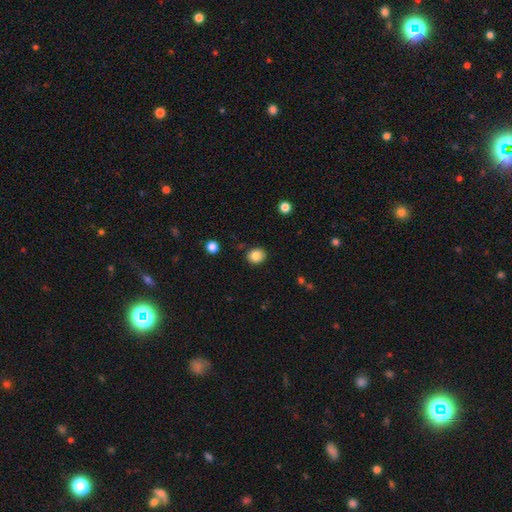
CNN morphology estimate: Smooth or featured?
  - smooth: 85% *
  - star or artifact: 10%
  - featured or disk: 5%
How rounded?
  - round: 72% *
  - in between: 27%
  - cigar-shaped: 1%
Merging?
  - none: 88% *
  - minor disturbance: 8%
  - major disturbance: 2%
  - merger: 2%